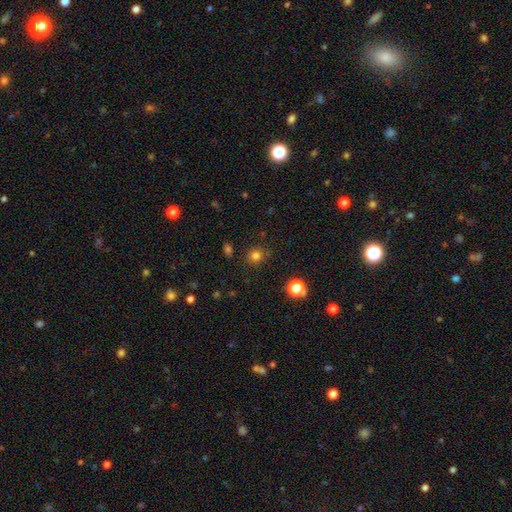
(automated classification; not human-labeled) Morphology: type=smooth (78%); roundness=round (87%); merging=none (84%).